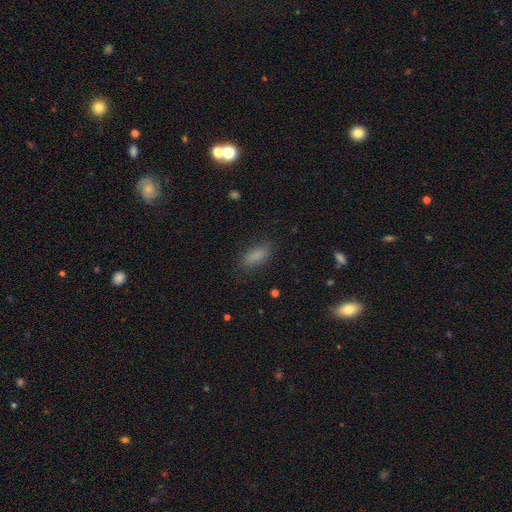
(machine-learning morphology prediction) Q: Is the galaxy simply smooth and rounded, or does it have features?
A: smooth — 85%.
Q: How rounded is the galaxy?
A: in between — 76%.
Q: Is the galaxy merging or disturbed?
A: none — 82%.